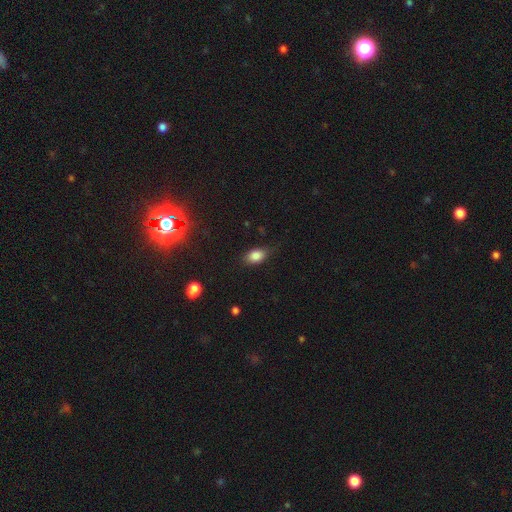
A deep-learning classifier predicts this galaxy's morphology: This is clearly a smooth galaxy (83%). How rounded: clearly in between (85%). Merging: likely none (74%).